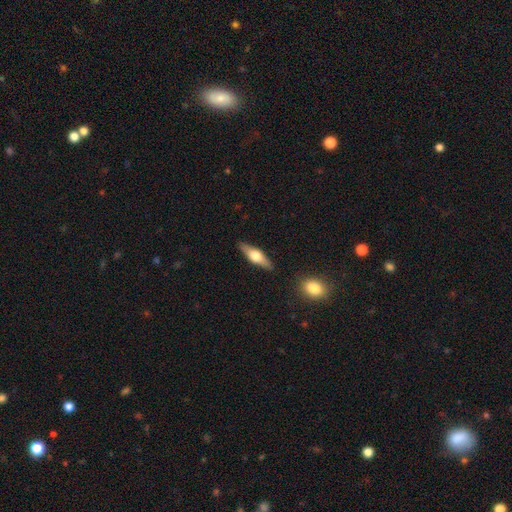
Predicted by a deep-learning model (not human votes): Smooth or featured?
  - featured or disk: 53% *
  - smooth: 42%
  - star or artifact: 6%
Edge-on disk?
  - yes: 91% *
  - no: 9%
Merging?
  - none: 87% *
  - minor disturbance: 9%
  - major disturbance: 2%
  - merger: 2%